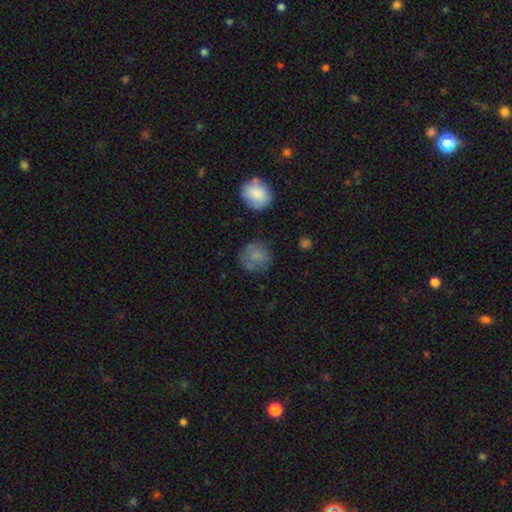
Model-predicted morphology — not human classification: Q: Smooth or featured?
A: smooth (76%); runner-up: featured or disk (14%)
Q: How rounded?
A: round (85%); runner-up: in between (14%)
Q: Merging?
A: none (67%); runner-up: minor disturbance (20%)